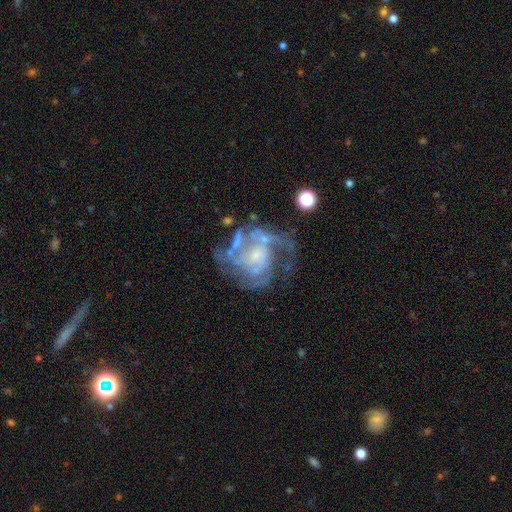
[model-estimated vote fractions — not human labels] featured or disk 83%, star or artifact 9%, smooth 8%. Down the decision tree: edge-on disk — no (98%); bar — no (64%); spiral arms — yes (86%); spiral arm count — can't tell (32%); spiral winding — medium (45%); bulge size — small (56%); merging — none (45%).